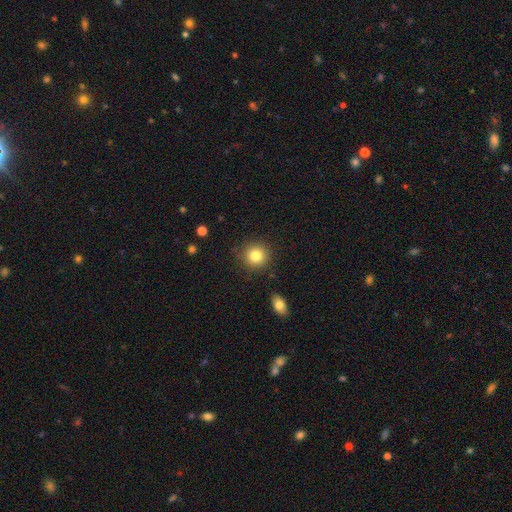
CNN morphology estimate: Smooth or featured?
  - smooth: 83% *
  - star or artifact: 10%
  - featured or disk: 7%
How rounded?
  - round: 91% *
  - in between: 8%
  - cigar-shaped: 1%
Merging?
  - none: 87% *
  - minor disturbance: 8%
  - major disturbance: 3%
  - merger: 3%